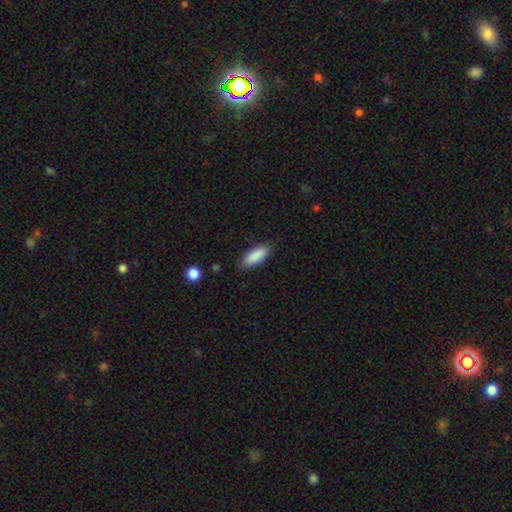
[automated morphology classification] Smooth or featured?
  - smooth: 89% *
  - star or artifact: 6%
  - featured or disk: 5%
How rounded?
  - in between: 73% *
  - cigar-shaped: 25%
  - round: 2%
Merging?
  - none: 84% *
  - minor disturbance: 12%
  - major disturbance: 2%
  - merger: 1%